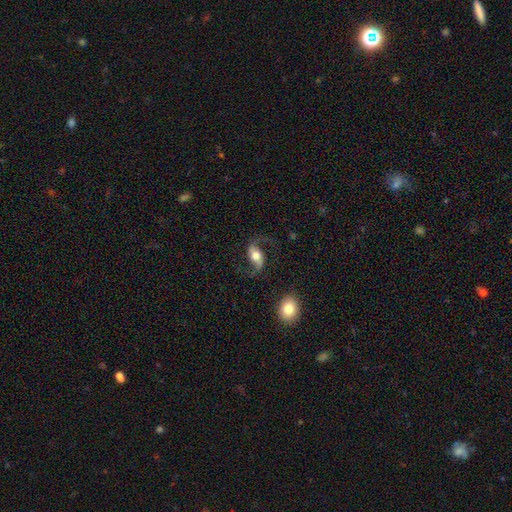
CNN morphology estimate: This appears to be a featured or disk galaxy (78%) with no bar (42%), 2 (93%) loose (81%) spiral arms (94%) and a moderate central bulge (55%). Merging: none (73%).